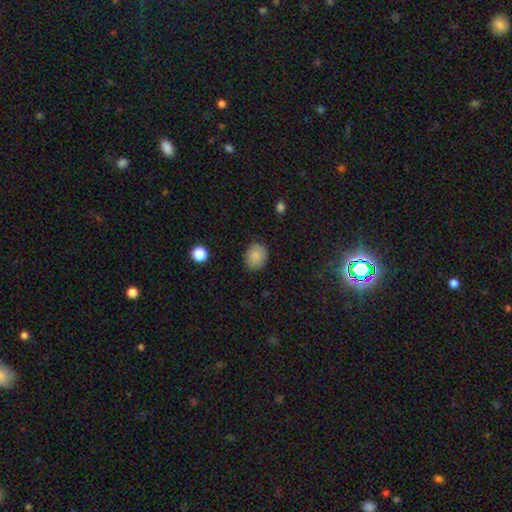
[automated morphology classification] Q: Smooth or featured?
A: smooth (85%); runner-up: star or artifact (9%)
Q: How rounded?
A: in between (52%); runner-up: round (47%)
Q: Merging?
A: none (85%); runner-up: minor disturbance (12%)